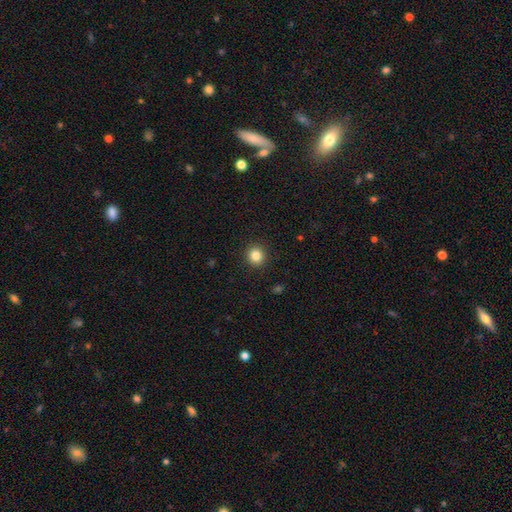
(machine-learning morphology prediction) smooth-or-featured: smooth: 84% | star or artifact: 11% | featured or disk: 5%
  how-rounded: round: 91% | in between: 8% | cigar-shaped: 1%
  merging: none: 92% | minor disturbance: 5% | major disturbance: 2% | merger: 1%